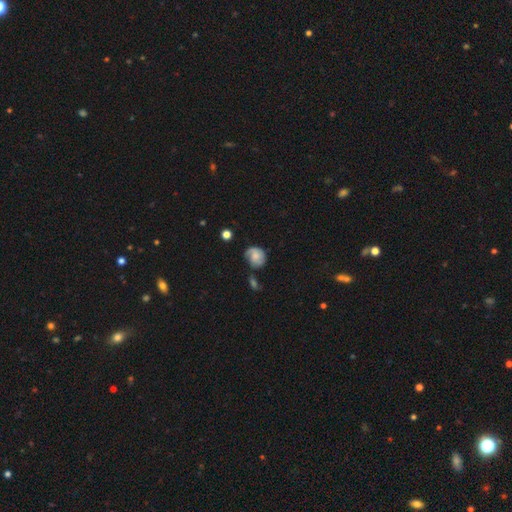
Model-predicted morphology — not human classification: Overall: smooth (48%; featured or disk 44%). Merging: none (49%; minor disturbance 32%).